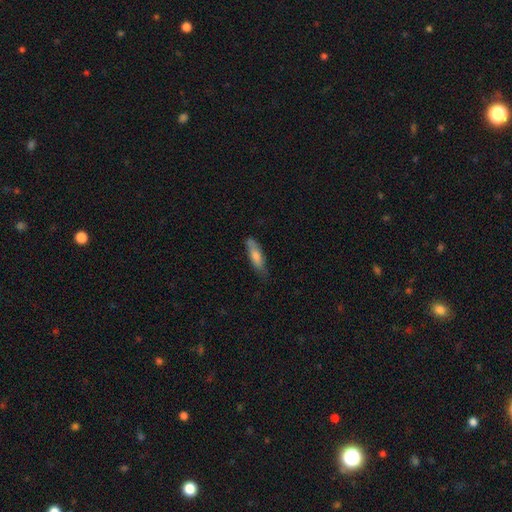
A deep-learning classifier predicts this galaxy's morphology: This appears to be a smooth galaxy with no disk features (64%) that is cigar-shaped (66%). Merging: none (69%).